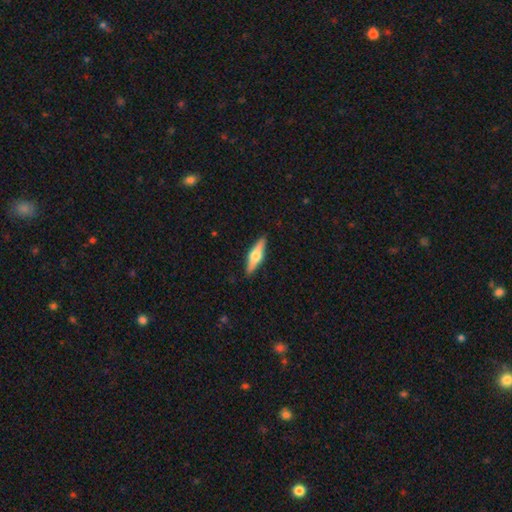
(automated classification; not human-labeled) smooth_or_featured: featured or disk (p=0.61) [alt: smooth p=0.33]
disk_edge_on: yes (p=0.96) [alt: no p=0.04]
edge_on_bulge: rounded (p=0.94) [alt: boxy p=0.04]
merging: none (p=0.89) [alt: minor disturbance p=0.08]